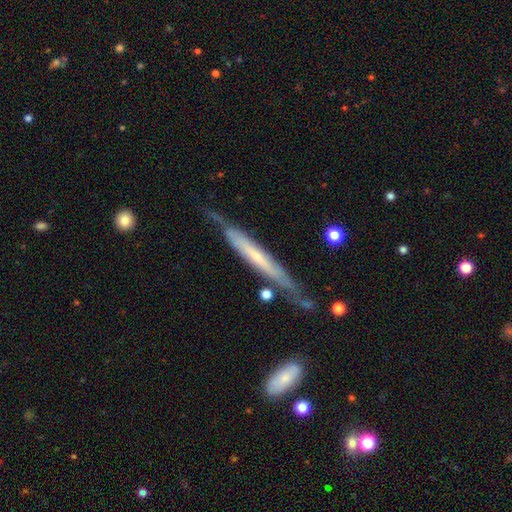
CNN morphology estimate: This is likely a featured or disk galaxy (66%). It is likely viewed edge-on (80%). Edge-on bulge: likely none (64%). Merging: likely none (62%).